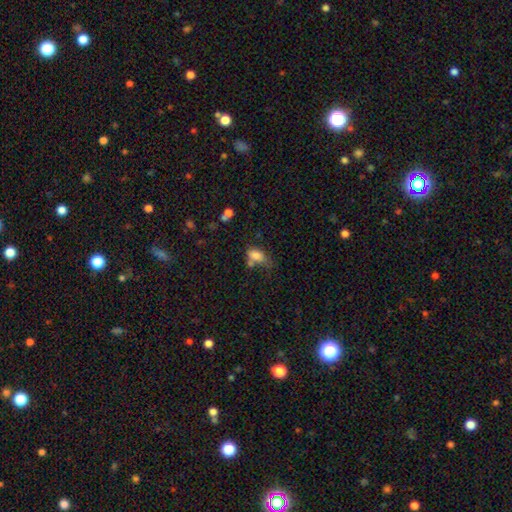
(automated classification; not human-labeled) A smooth galaxy with no disk features (78%) that is in between round and cigar-shaped (87%).

Vote fractions:
- Smooth or featured? smooth: 78% / featured or disk: 11% / star or artifact: 11%
- How rounded? in between: 87% / round: 9% / cigar-shaped: 4%
- Merging? none: 31% / minor disturbance: 28% / merger: 21% / major disturbance: 20%